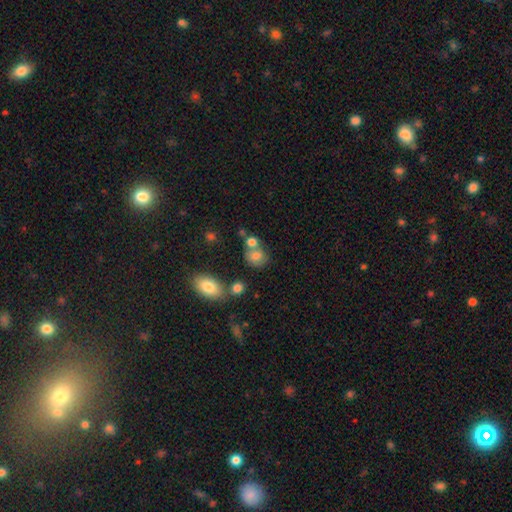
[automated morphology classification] Overall: smooth (77%). How rounded: round (58%; in between 41%). Merging: none (46%; merger 31%).